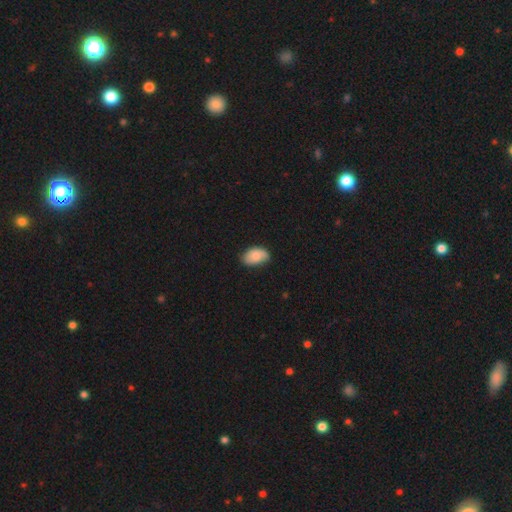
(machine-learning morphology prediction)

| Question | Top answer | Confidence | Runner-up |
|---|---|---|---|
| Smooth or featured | smooth | 80% | featured or disk (13%) |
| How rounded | in between | 91% | round (8%) |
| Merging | none | 70% | minor disturbance (25%) |